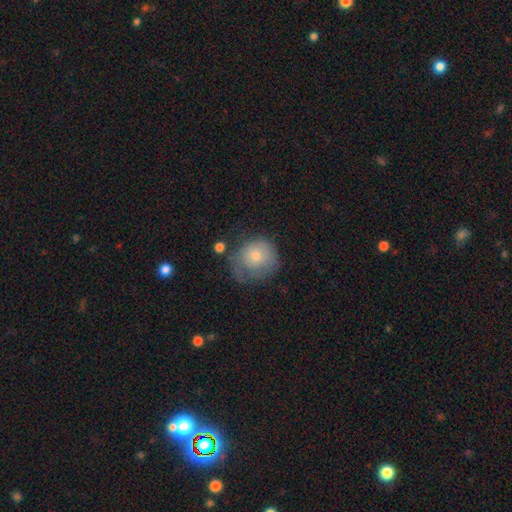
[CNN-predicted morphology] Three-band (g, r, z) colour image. It shows a smooth galaxy with no disk features (67%) that is round (82%). Merging: none (41%).